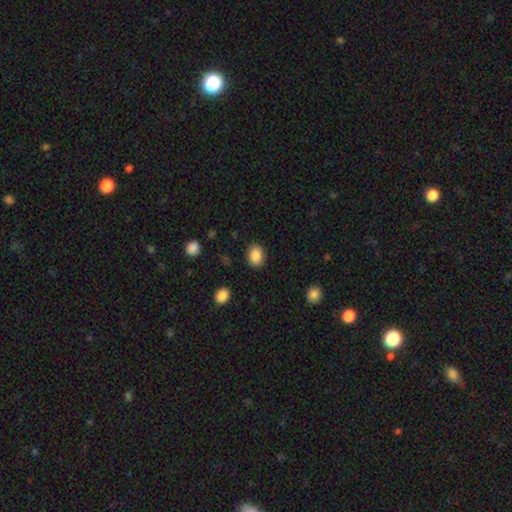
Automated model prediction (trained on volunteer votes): smooth-or-featured: smooth: 87% | star or artifact: 8% | featured or disk: 4%
  how-rounded: in between: 66% | round: 33% | cigar-shaped: 1%
  merging: none: 87% | minor disturbance: 9% | major disturbance: 3% | merger: 1%